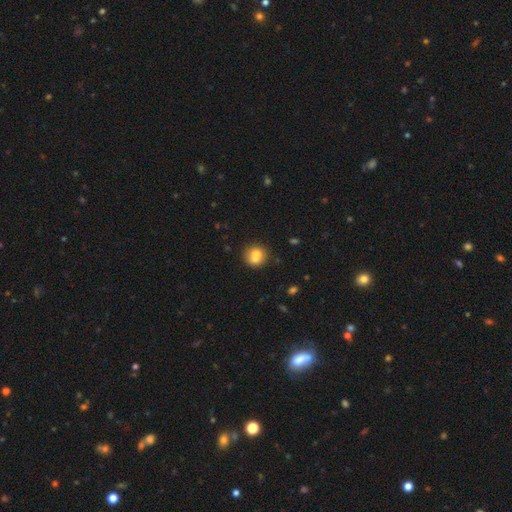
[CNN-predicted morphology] smooth 72%, featured or disk 18%, star or artifact 10%. Down the decision tree: how rounded — round (83%); merging — none (47%).